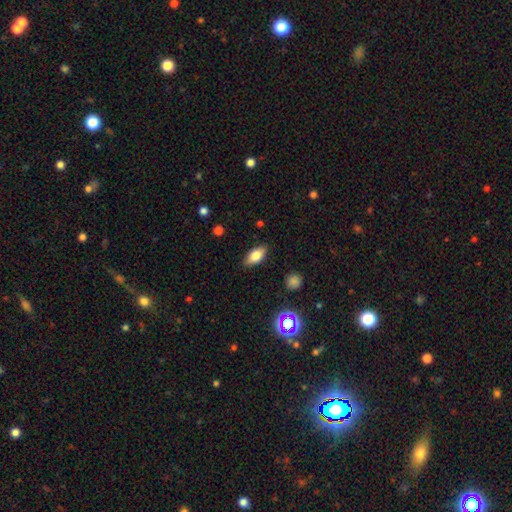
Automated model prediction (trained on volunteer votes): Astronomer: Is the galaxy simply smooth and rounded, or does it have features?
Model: smooth — 73%.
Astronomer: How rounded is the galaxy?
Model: in between — 86%.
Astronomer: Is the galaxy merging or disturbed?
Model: none — 86%.